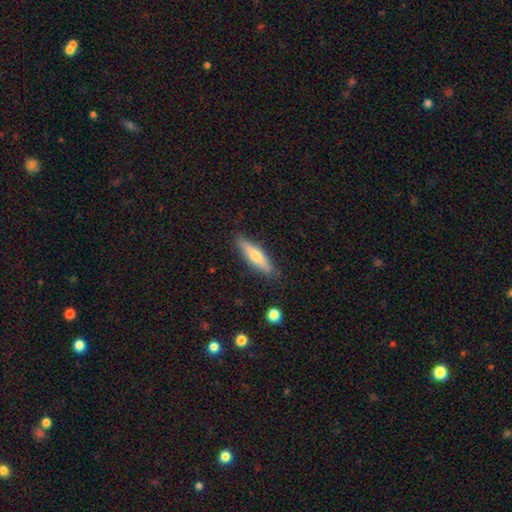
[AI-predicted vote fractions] Q: Smooth or featured?
A: smooth (58%); runner-up: featured or disk (36%)
Q: How rounded?
A: cigar-shaped (77%); runner-up: in between (21%)
Q: Merging?
A: none (87%); runner-up: minor disturbance (10%)